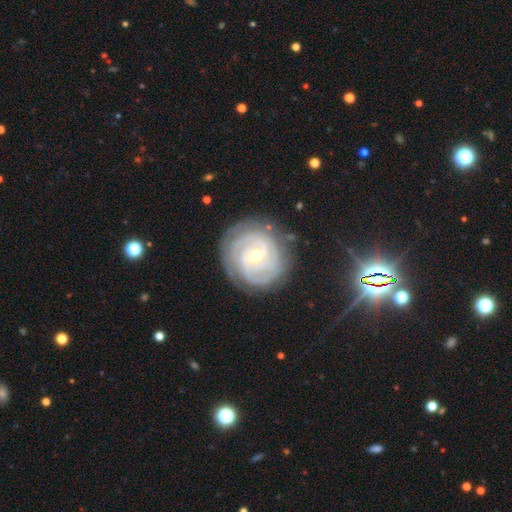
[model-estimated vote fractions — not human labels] Smooth or featured: featured or disk — 88% (smooth — 7%)
Edge-on disk: no — 98% (yes — 2%)
Bar: weak — 46% (no — 36%)
Spiral arms: yes — 97% (no — 3%)
Spiral winding: tight — 81% (medium — 16%)
Spiral arm count: 3 — 25% (tied with can't tell — 25%)
Bulge size: moderate — 49% (small — 48%)
Merging: none — 81% (minor disturbance — 13%)